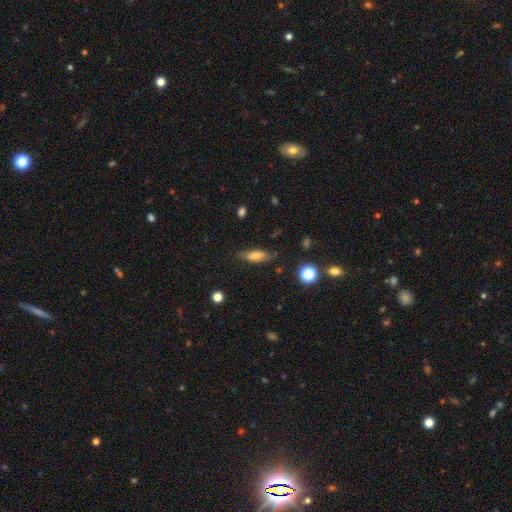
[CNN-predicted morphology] Smooth or featured? smooth (73%)
How rounded? in between (58%)
Merging? none (76%)